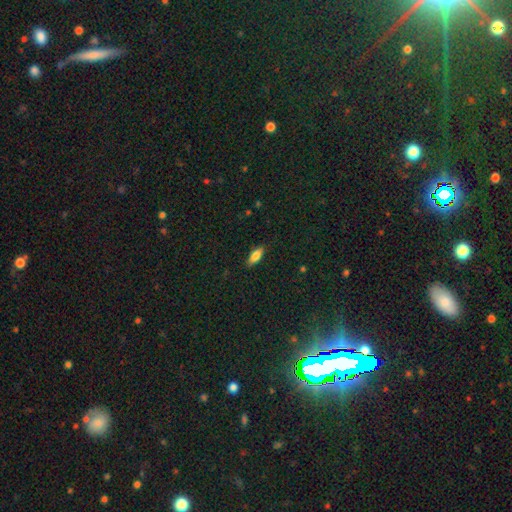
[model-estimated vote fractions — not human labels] smooth_or_featured: smooth (p=0.76) [alt: featured or disk p=0.16]
how_rounded: in between (p=0.70) [alt: cigar-shaped p=0.28]
merging: none (p=0.87) [alt: minor disturbance p=0.10]